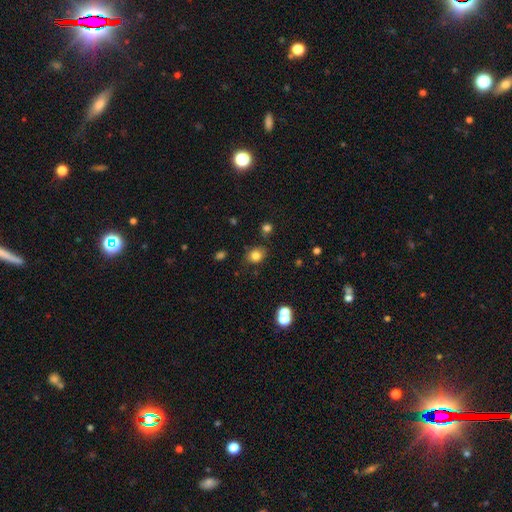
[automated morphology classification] smooth 81%, star or artifact 13%, featured or disk 7%. Down the decision tree: how rounded — round (57%); merging — none (76%).